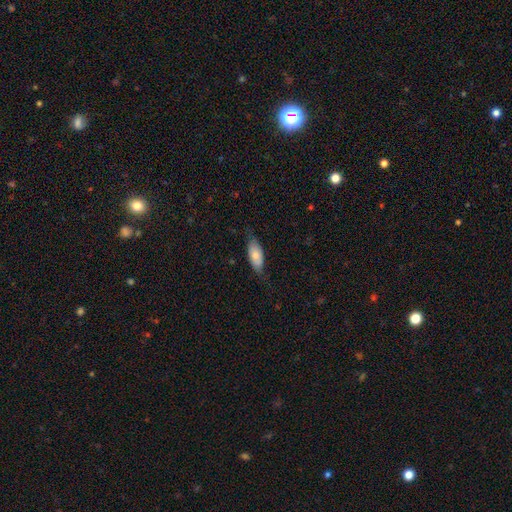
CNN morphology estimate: Smooth or featured? smooth (71%)
How rounded? in between (85%)
Merging? none (68%)